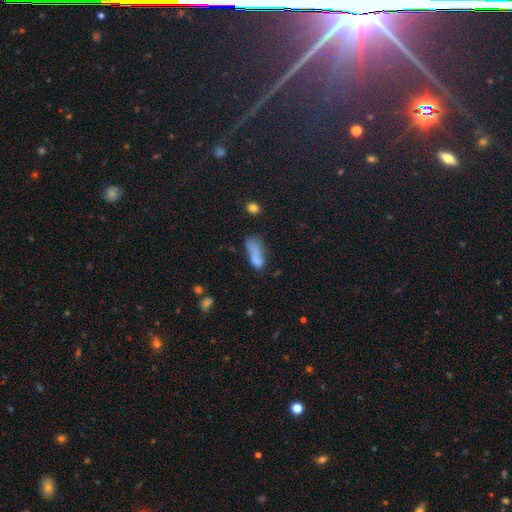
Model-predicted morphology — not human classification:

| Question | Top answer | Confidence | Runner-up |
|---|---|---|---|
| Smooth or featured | smooth | 71% | featured or disk (17%) |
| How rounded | in between | 69% | cigar-shaped (27%) |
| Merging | none | 31% | minor disturbance (25%) |